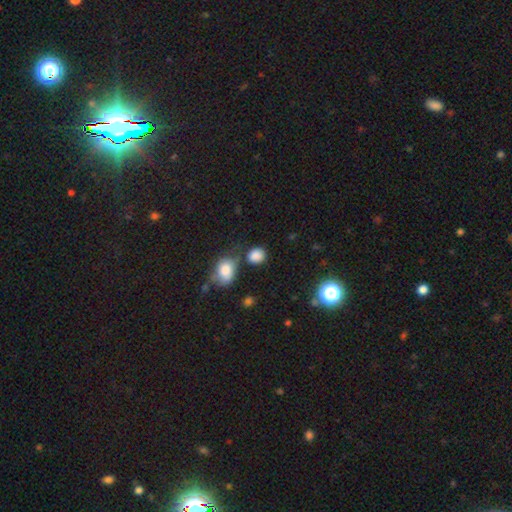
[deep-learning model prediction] The model was most divided on "how rounded": round: 73%, in between: 25%, cigar-shaped: 1%. More confident: smooth or featured — smooth (84%); merging — none (66%).